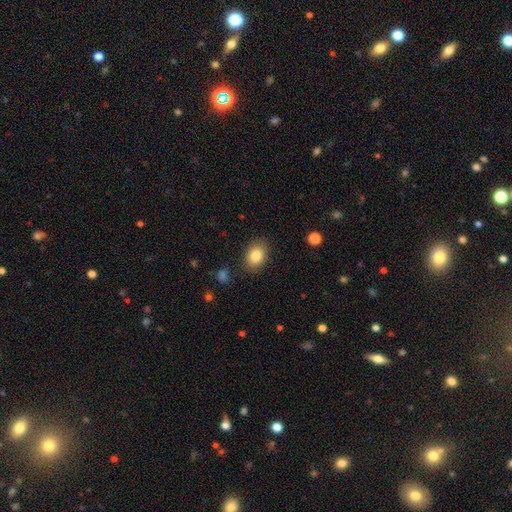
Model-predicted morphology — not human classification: The model was most divided on "how rounded": in between: 71%, round: 28%, cigar-shaped: 1%. More confident: smooth or featured — smooth (85%); merging — none (84%).